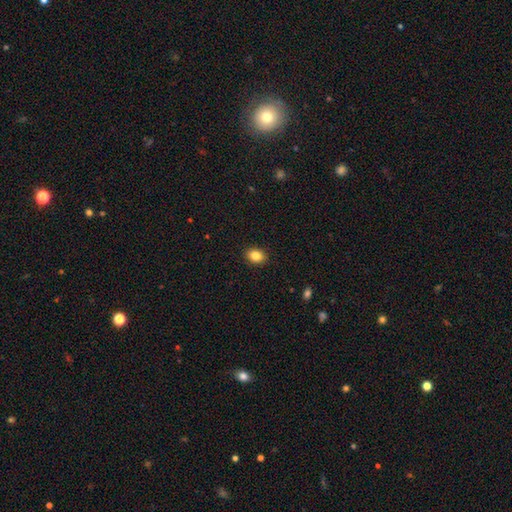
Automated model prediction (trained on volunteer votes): This appears to be a smooth galaxy with no disk features (84%) that is in between round and cigar-shaped (65%). Merging: none (91%).